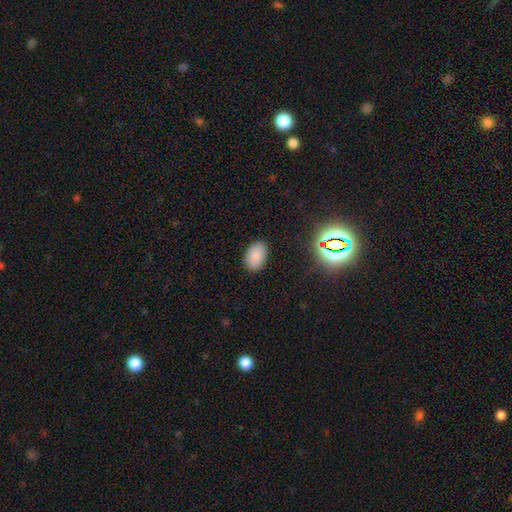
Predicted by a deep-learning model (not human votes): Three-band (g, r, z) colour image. It shows a smooth galaxy with no disk features (85%) that is in between round and cigar-shaped (87%). Merging: none (87%).